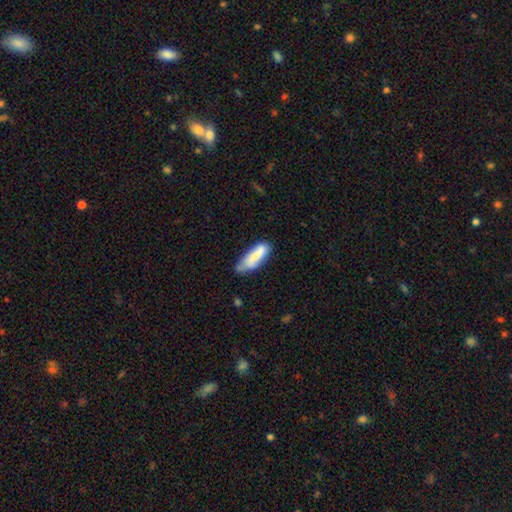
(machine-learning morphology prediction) Smooth or featured?
  - smooth: 68% *
  - featured or disk: 25%
  - star or artifact: 6%
How rounded?
  - in between: 58% *
  - cigar-shaped: 40%
  - round: 2%
Merging?
  - none: 52% *
  - minor disturbance: 35%
  - major disturbance: 8%
  - merger: 4%